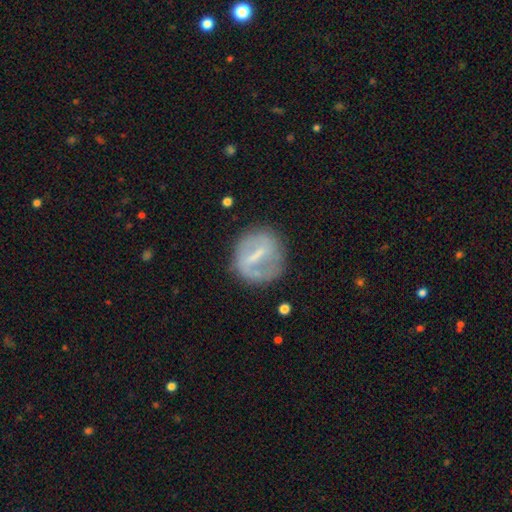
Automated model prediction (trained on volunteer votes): This appears to be a featured or disk galaxy (61%) with a strong bar (61%), no spiral arms (62%) and a small central bulge (42%). Merging: none (72%).